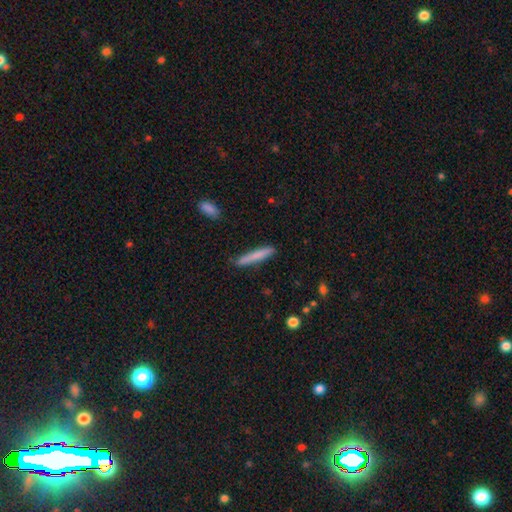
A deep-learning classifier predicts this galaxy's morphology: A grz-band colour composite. It shows a smooth galaxy with no disk features (78%) that is cigar-shaped (94%). Merging: none (87%).